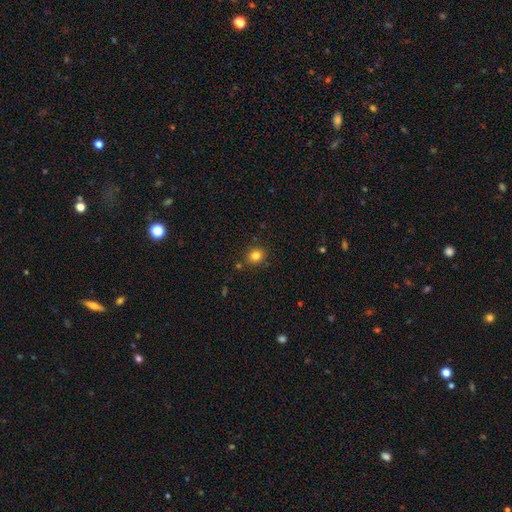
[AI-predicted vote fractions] A smooth galaxy with no disk features (82%) that is round (80%). Merging: none (85%).